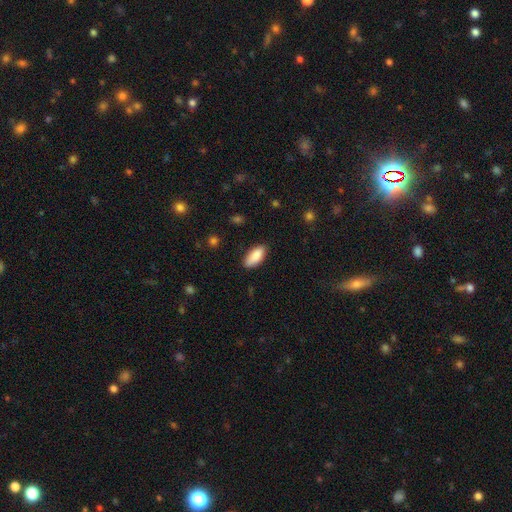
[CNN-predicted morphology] type=smooth (88%); roundness=in between (85%); merging=none (82%).